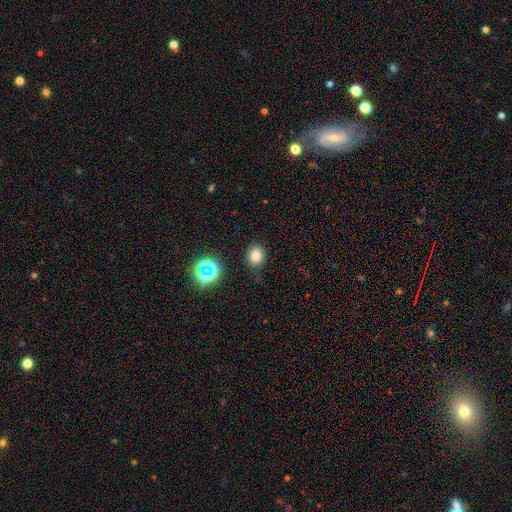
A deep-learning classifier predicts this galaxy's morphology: Smooth or featured: smooth — 74% (star or artifact — 18%)
How rounded: round — 62% (in between — 37%)
Merging: none — 79% (minor disturbance — 15%)